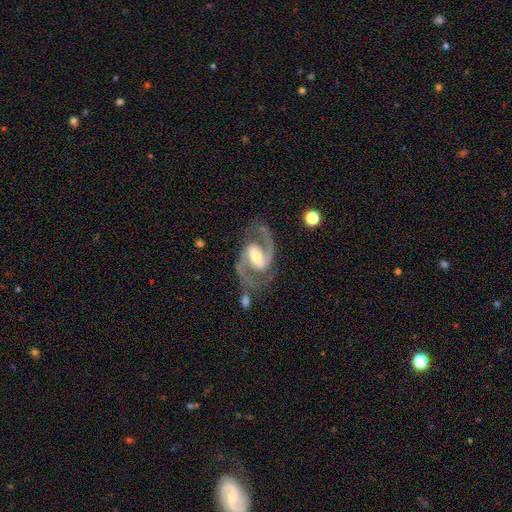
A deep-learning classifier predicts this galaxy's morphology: smooth-or-featured: featured or disk: 92% | star or artifact: 4% | smooth: 3%
  disk-edge-on: no: 98% | yes: 2%
    bar: strong: 48% | weak: 38% | no: 14%
    has-spiral-arms: yes: 98% | no: 2%
      spiral-winding: medium: 67% | tight: 17% | loose: 16%
      spiral-arm-count: 2: 94% | can't tell: 2% | 3: 1% | 1: 1% | 4: 1% | more than 4: 1%
    bulge-size: moderate: 57% | small: 33% | large: 7% | none: 2% | dominant: 1%
  merging: none: 78% | minor disturbance: 13% | major disturbance: 6% | merger: 3%